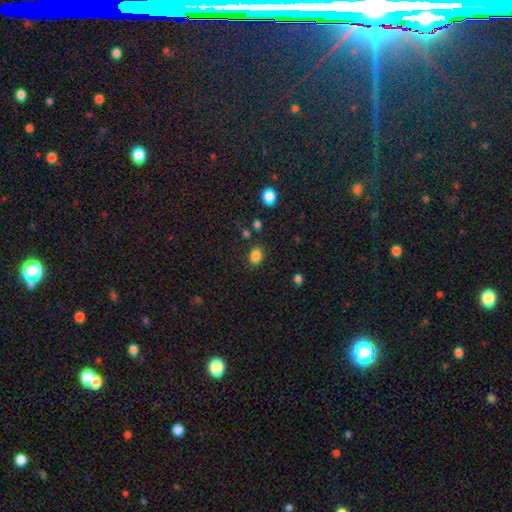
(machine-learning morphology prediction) This is clearly a smooth galaxy (85%). How rounded: likely in between (60%). Merging: clearly none (80%).